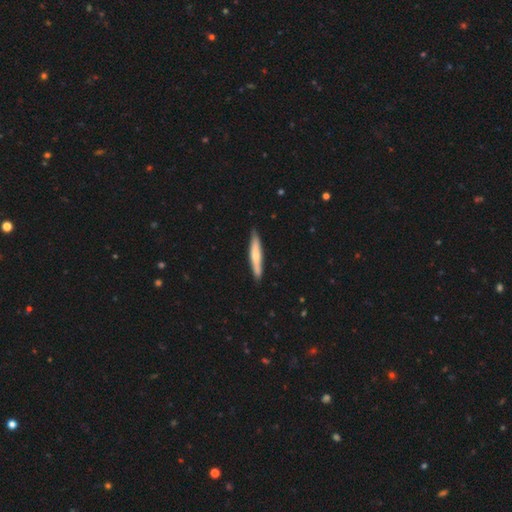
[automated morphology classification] Smooth or featured? smooth (60%)
How rounded? cigar-shaped (92%)
Merging? none (87%)